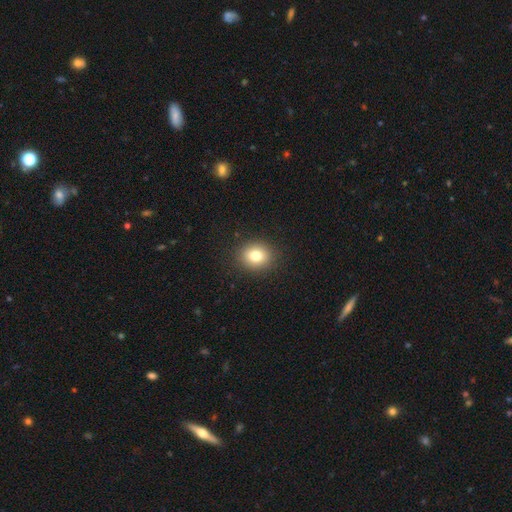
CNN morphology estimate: The model was most divided on "how rounded": round: 72%, in between: 28%, cigar-shaped: 1%. More confident: merging — none (90%); smooth or featured — smooth (79%).